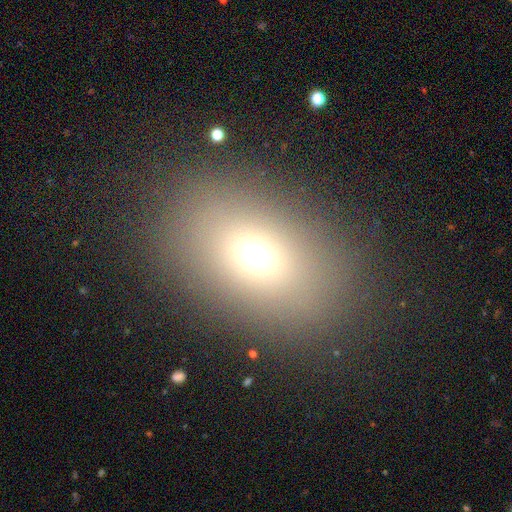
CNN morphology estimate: Q: Smooth or featured?
A: smooth (67%); runner-up: star or artifact (19%)
Q: How rounded?
A: in between (75%); runner-up: round (23%)
Q: Merging?
A: none (84%); runner-up: minor disturbance (8%)